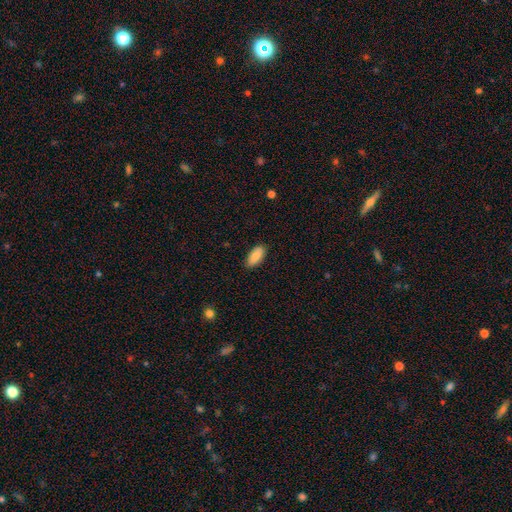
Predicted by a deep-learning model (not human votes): Overall: smooth (87%). How rounded: in between (90%). Merging: none (87%).